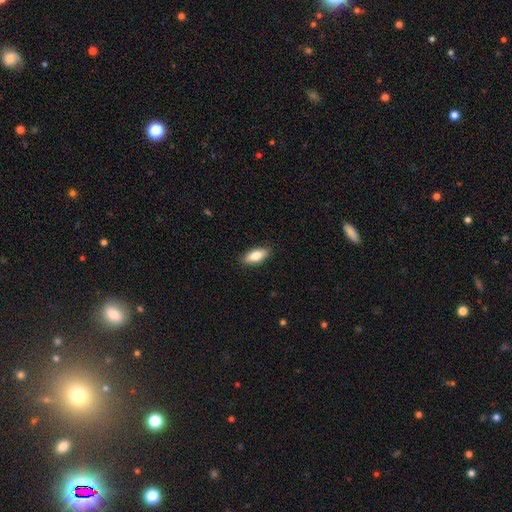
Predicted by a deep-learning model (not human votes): This appears to be a smooth galaxy with no disk features (79%) that is in between round and cigar-shaped (82%). Merging: none (89%).